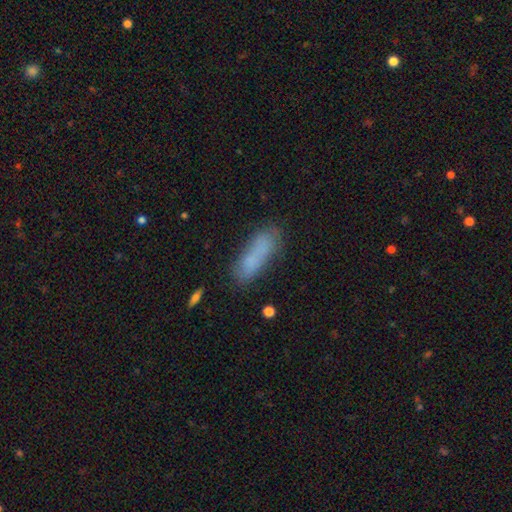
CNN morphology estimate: smooth-or-featured: smooth: 77% | featured or disk: 13% | star or artifact: 9%
  how-rounded: cigar-shaped: 56% | in between: 42% | round: 2%
  merging: none: 70% | minor disturbance: 19% | major disturbance: 6% | merger: 5%